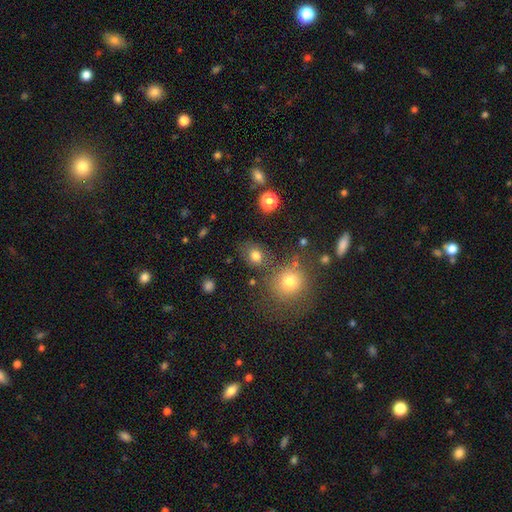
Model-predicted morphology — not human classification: smooth_or_featured: smooth (p=0.77) [alt: star or artifact p=0.16]
how_rounded: round (p=0.55) [alt: in between p=0.44]
merging: none (p=0.72) [alt: minor disturbance p=0.13]